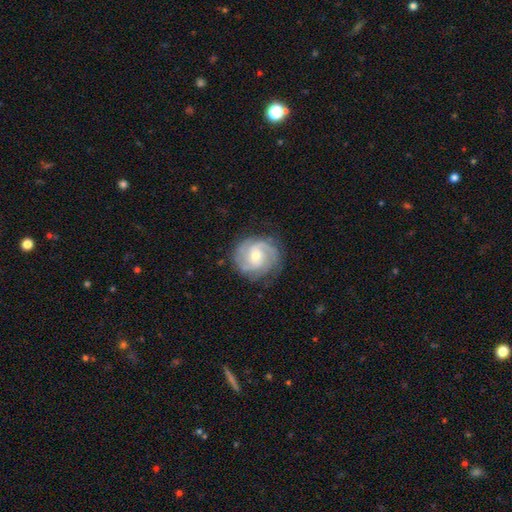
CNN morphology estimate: A featured or disk galaxy (86%) with no bar (51%), 2 (39%) tight (55%) spiral arms (97%) and a small central bulge (51%).

Vote fractions:
- Smooth or featured? featured or disk: 86% / smooth: 9% / star or artifact: 5%
- Edge-on disk? no: 98% / yes: 2%
- Bar? no: 51% / weak: 40% / strong: 9%
- Spiral arms? yes: 97% / no: 3%
- Spiral winding? tight: 55% / medium: 37% / loose: 8%
- Spiral arm count? 2: 39% / 3: 31% / can't tell: 15% / 4: 6% / 1: 4% / more than 4: 4%
- Bulge size? small: 51% / moderate: 45% / large: 2% / none: 1% / dominant: 1%
- Merging? none: 80% / minor disturbance: 14% / major disturbance: 5% / merger: 1%